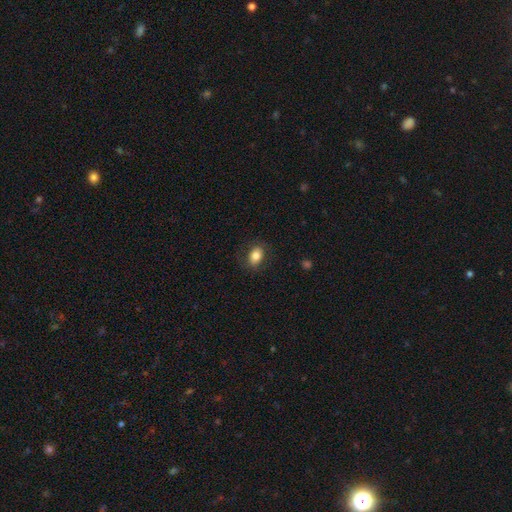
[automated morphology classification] Smooth or featured?
  - smooth: 81% *
  - featured or disk: 11%
  - star or artifact: 8%
How rounded?
  - in between: 76% *
  - round: 23%
  - cigar-shaped: 1%
Merging?
  - none: 80% *
  - minor disturbance: 13%
  - major disturbance: 5%
  - merger: 1%